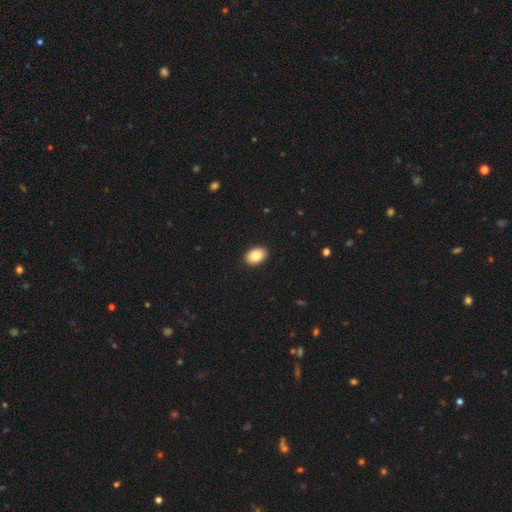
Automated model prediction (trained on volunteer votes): Smooth or featured?
  - smooth: 85% *
  - featured or disk: 8%
  - star or artifact: 8%
How rounded?
  - in between: 80% *
  - round: 19%
  - cigar-shaped: 1%
Merging?
  - none: 92% *
  - minor disturbance: 6%
  - major disturbance: 1%
  - merger: 1%